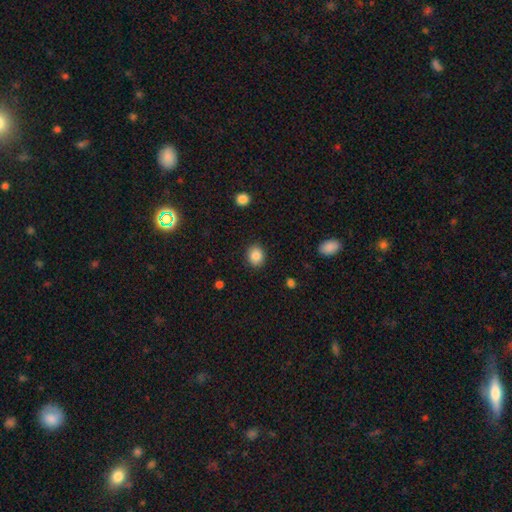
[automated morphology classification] Smooth or featured?
  - smooth: 86% *
  - star or artifact: 9%
  - featured or disk: 6%
How rounded?
  - round: 61% *
  - in between: 38%
  - cigar-shaped: 1%
Merging?
  - none: 89% *
  - minor disturbance: 8%
  - major disturbance: 2%
  - merger: 1%